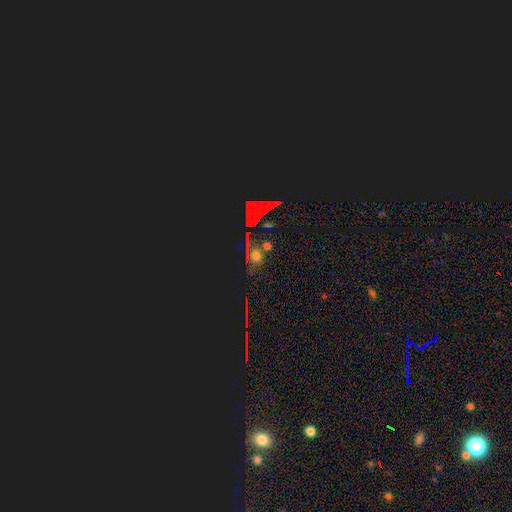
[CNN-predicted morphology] Smooth or featured? Predicted: star or artifact (p=0.63).